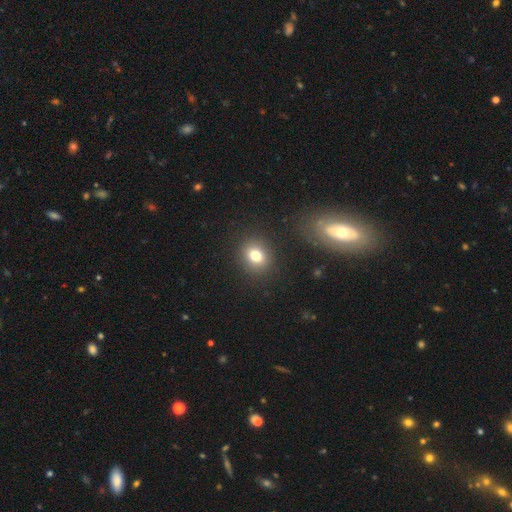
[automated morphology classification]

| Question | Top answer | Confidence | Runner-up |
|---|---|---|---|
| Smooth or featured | smooth | 77% | star or artifact (13%) |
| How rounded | round | 66% | in between (33%) |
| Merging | none | 87% | minor disturbance (8%) |